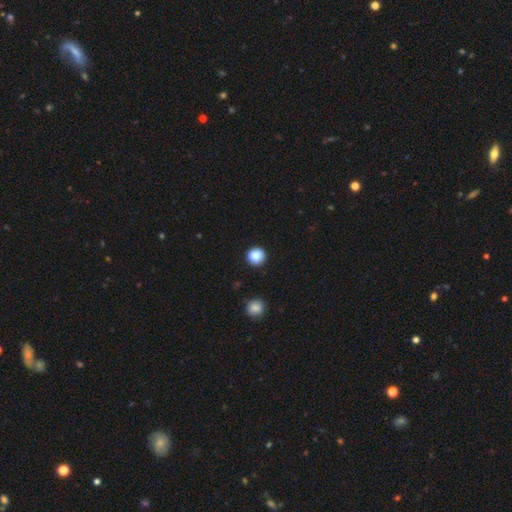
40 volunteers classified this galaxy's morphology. A smooth galaxy with no disk features (98%) that is round (97%).

Vote fractions:
- Smooth or featured? smooth: 98% / star or artifact: 2% / featured or disk: 0%
- How rounded? round: 97% / in between: 3% / cigar-shaped: 0%
- Merging? none: 92% / minor disturbance: 5% / merger: 3% / major disturbance: 0%